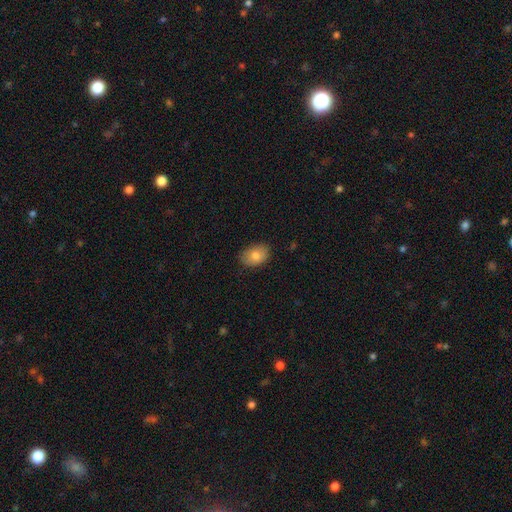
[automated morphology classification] Smooth or featured: smooth — 79% (featured or disk — 14%)
How rounded: in between — 79% (round — 20%)
Merging: none — 83% (minor disturbance — 13%)